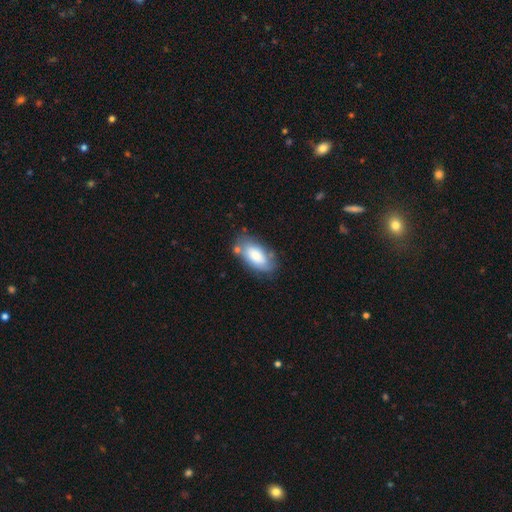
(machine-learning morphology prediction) type=smooth (80%); roundness=in between (92%); merging=none (66%).